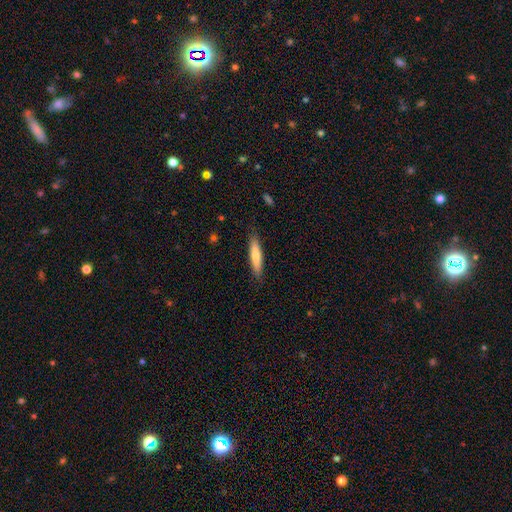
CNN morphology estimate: This is likely a smooth galaxy (79%). How rounded: clearly cigar-shaped (86%). Merging: clearly none (86%).